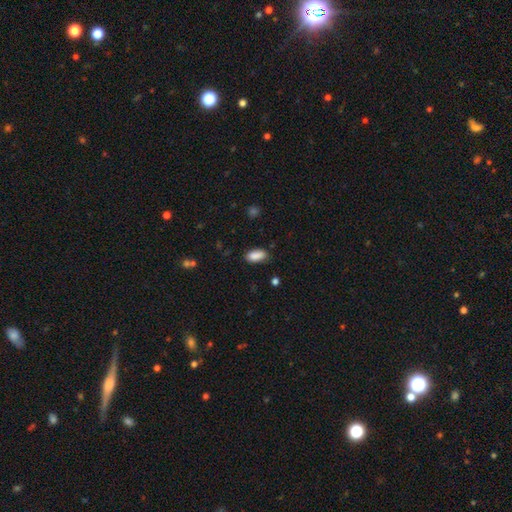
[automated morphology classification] smooth_or_featured: smooth (p=0.89) [alt: star or artifact p=0.07]
how_rounded: in between (p=0.88) [alt: cigar-shaped p=0.10]
merging: none (p=0.81) [alt: minor disturbance p=0.15]